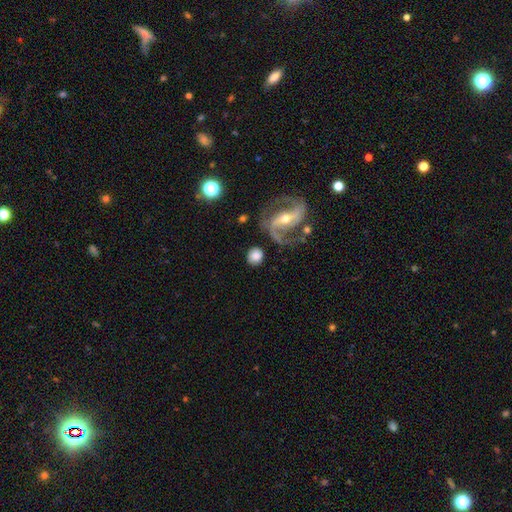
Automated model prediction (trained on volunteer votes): smooth_or_featured: smooth (p=0.58) [alt: featured or disk p=0.34]
how_rounded: round (p=0.83) [alt: in between p=0.15]
merging: none (p=0.77) [alt: minor disturbance p=0.11]